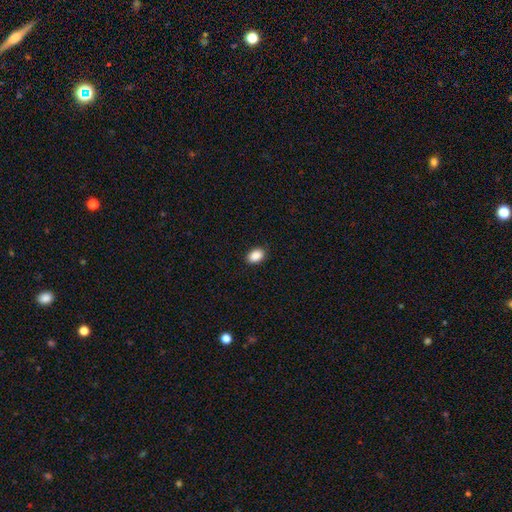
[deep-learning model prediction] This is clearly a smooth galaxy (90%). How rounded: clearly in between (82%). Merging: clearly none (88%).